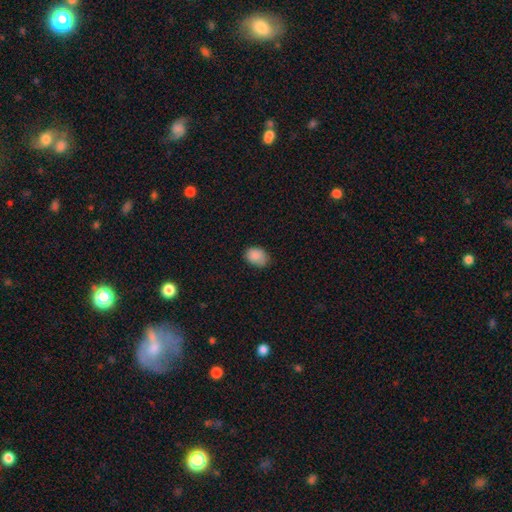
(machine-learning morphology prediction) Smooth or featured?
  - smooth: 87% *
  - star or artifact: 9%
  - featured or disk: 5%
How rounded?
  - in between: 65% *
  - round: 34%
  - cigar-shaped: 1%
Merging?
  - none: 65% *
  - minor disturbance: 29%
  - major disturbance: 5%
  - merger: 1%